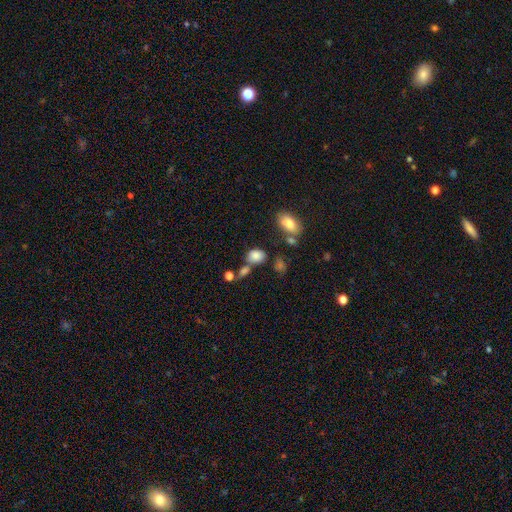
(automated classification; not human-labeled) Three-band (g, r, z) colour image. It shows a smooth galaxy with no disk features (81%) that is in between round and cigar-shaped (68%). Merging: none (52%).